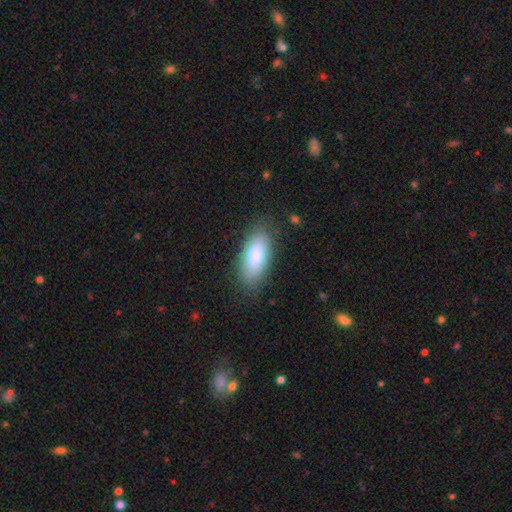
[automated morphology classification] This is likely a smooth galaxy (80%). How rounded: clearly in between (88%). Merging: likely none (80%).